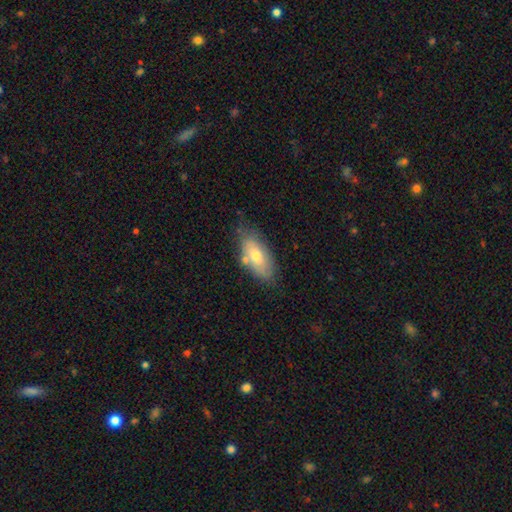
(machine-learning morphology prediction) Smooth or featured: smooth — 67% (featured or disk — 25%)
How rounded: in between — 86% (cigar-shaped — 10%)
Merging: none — 67% (minor disturbance — 20%)